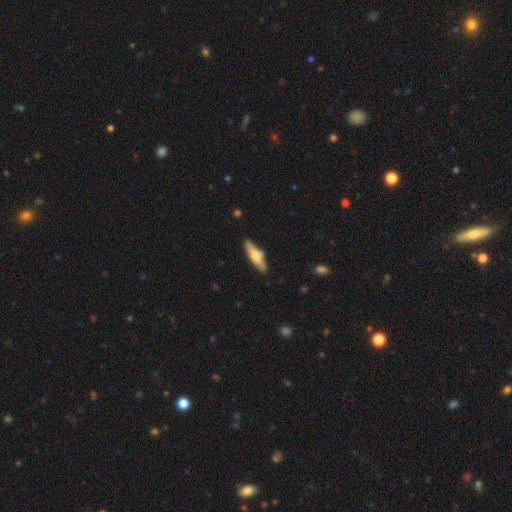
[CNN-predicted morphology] smooth 62%, featured or disk 32%, star or artifact 6%. Down the decision tree: how rounded — cigar-shaped (61%); merging — none (83%).